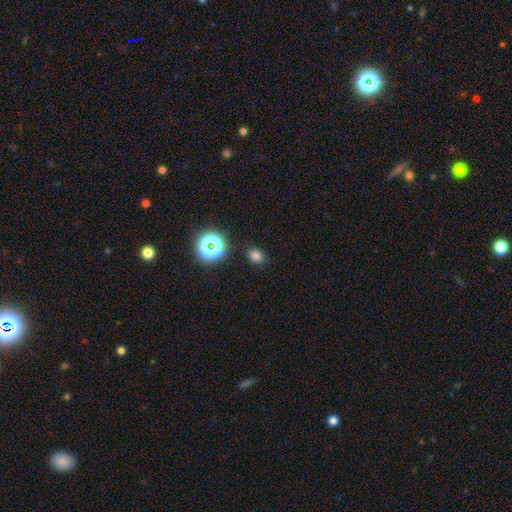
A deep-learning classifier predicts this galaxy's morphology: A smooth galaxy with no disk features (73%) that is round (50%).

Vote fractions:
- Smooth or featured? smooth: 73% / star or artifact: 21% / featured or disk: 6%
- How rounded? round: 50% / in between: 49% / cigar-shaped: 1%
- Merging? none: 86% / minor disturbance: 9% / major disturbance: 3% / merger: 2%